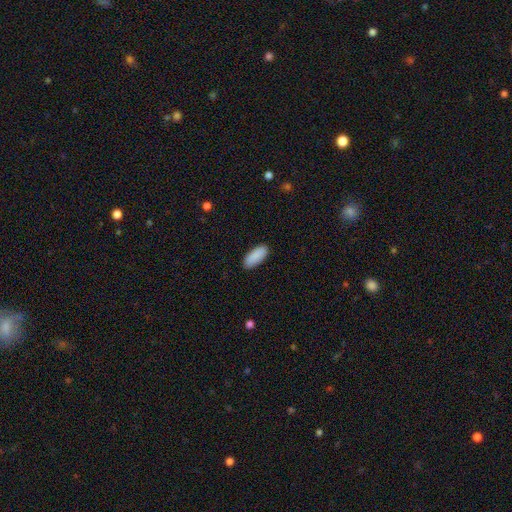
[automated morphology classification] Smooth or featured: smooth — 91% (star or artifact — 6%)
How rounded: in between — 83% (cigar-shaped — 15%)
Merging: none — 89% (minor disturbance — 8%)